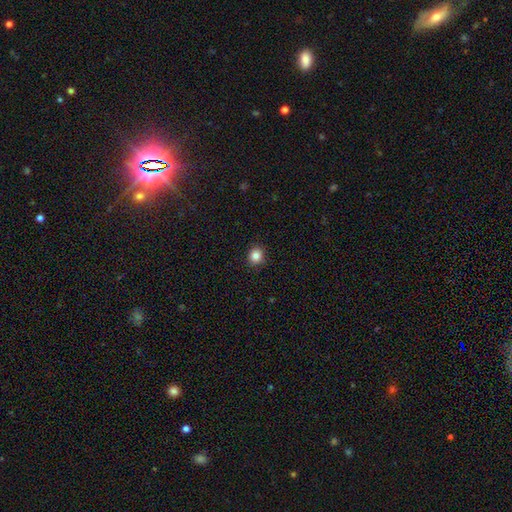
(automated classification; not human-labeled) Q: Smooth or featured?
A: smooth (85%); runner-up: star or artifact (11%)
Q: How rounded?
A: round (80%); runner-up: in between (19%)
Q: Merging?
A: none (90%); runner-up: minor disturbance (7%)